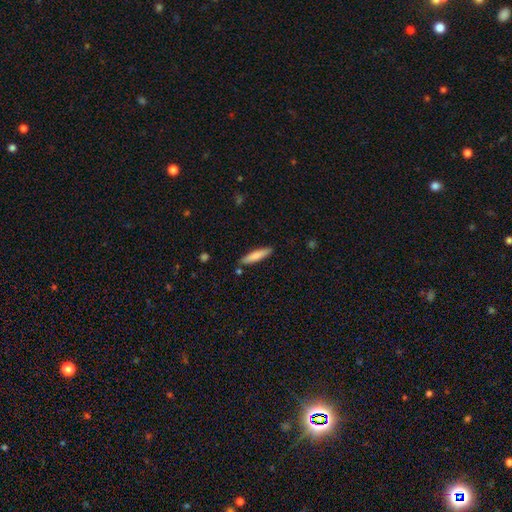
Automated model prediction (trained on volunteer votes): Smooth or featured: smooth — 79% (featured or disk — 15%)
How rounded: cigar-shaped — 82% (in between — 17%)
Merging: none — 86% (minor disturbance — 9%)